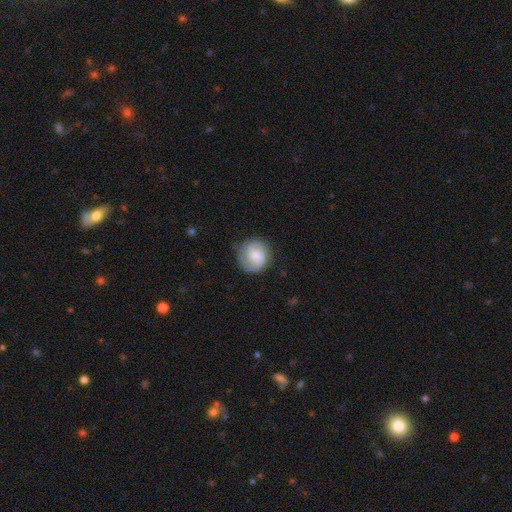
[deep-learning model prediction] Overall: featured or disk (69%). Edge-on disk: no (98%). Bar: no (64%; weak 31%). Spiral arms: yes (94%). Spiral arm count: 2 (74%). Spiral winding: tight (46%; medium 41%). Bulge size: small (55%; moderate 31%). Merging: none (75%).